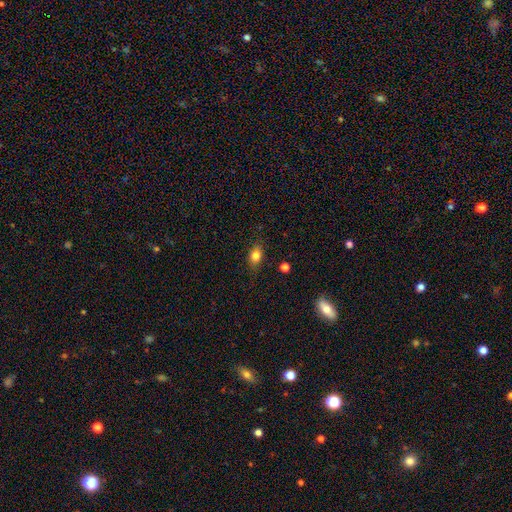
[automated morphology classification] Q: Smooth or featured?
A: smooth (80%); runner-up: featured or disk (10%)
Q: How rounded?
A: in between (74%); runner-up: round (22%)
Q: Merging?
A: none (81%); runner-up: minor disturbance (14%)